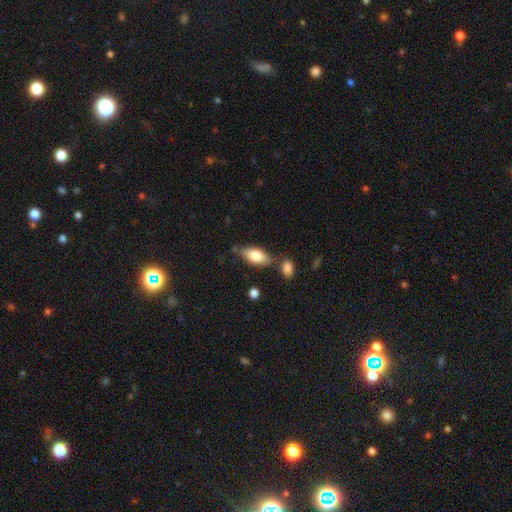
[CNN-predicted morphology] type=smooth (77%); roundness=in between (87%); merging=none (65%).